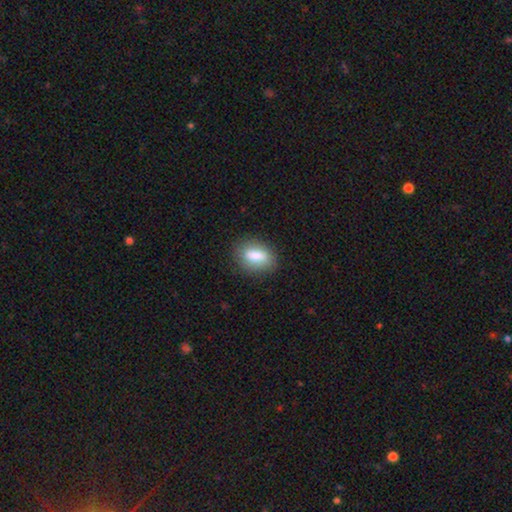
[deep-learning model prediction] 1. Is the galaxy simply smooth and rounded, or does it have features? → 79% smooth, 13% featured or disk, 8% star or artifact.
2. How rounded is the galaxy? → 80% in between, 12% round, 8% cigar-shaped.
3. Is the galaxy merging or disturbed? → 82% none, 13% minor disturbance, 4% major disturbance, 1% merger.